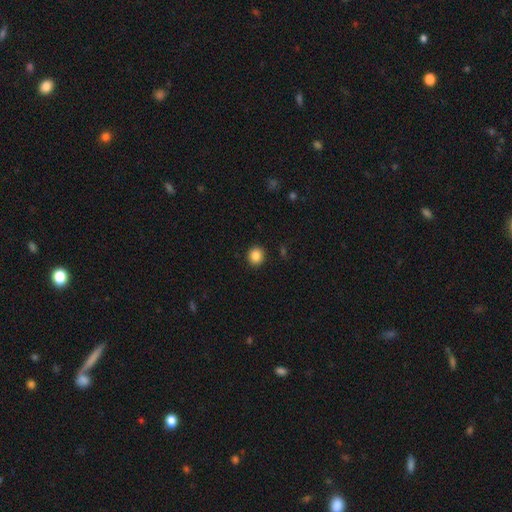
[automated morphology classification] This appears to be a smooth galaxy with no disk features (86%) that is round (82%). Merging: none (92%).